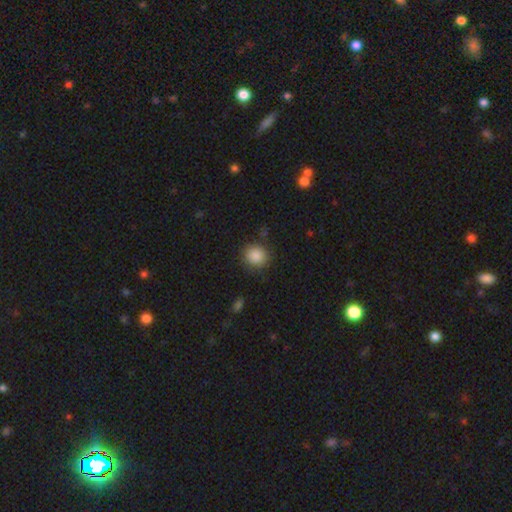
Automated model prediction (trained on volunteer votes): This is clearly a smooth galaxy (88%). How rounded: clearly round (87%). Merging: clearly none (84%).